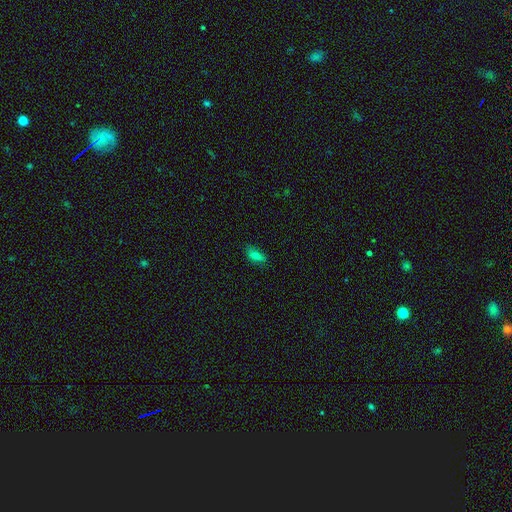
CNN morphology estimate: A smooth galaxy with no disk features (70%) that is in between round and cigar-shaped (77%).

Vote fractions:
- Smooth or featured? smooth: 70% / featured or disk: 17% / star or artifact: 13%
- How rounded? in between: 77% / cigar-shaped: 17% / round: 6%
- Merging? none: 79% / minor disturbance: 17% / major disturbance: 3% / merger: 1%